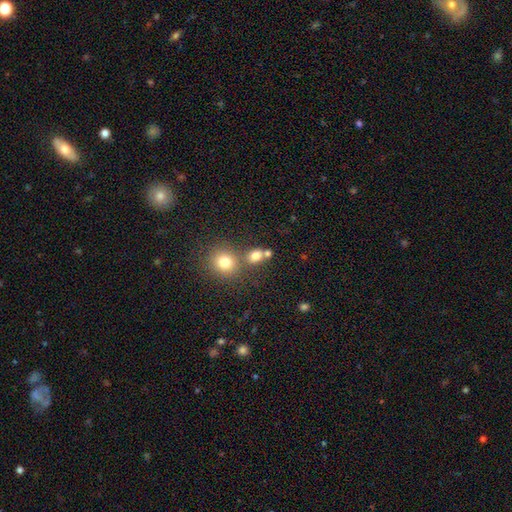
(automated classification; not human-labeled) Morphology: type=smooth (77%); roundness=round (52%); merging=none (55%).